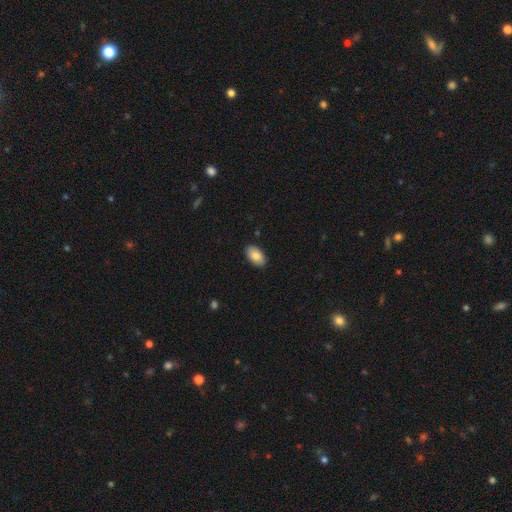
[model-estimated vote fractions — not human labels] smooth 87%, featured or disk 7%, star or artifact 7%. Down the decision tree: how rounded — in between (95%); merging — none (89%).